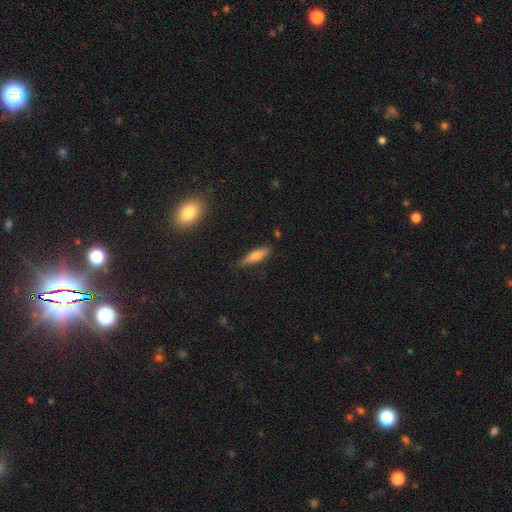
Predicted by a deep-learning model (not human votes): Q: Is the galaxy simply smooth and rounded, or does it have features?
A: smooth — 55%.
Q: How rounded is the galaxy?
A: cigar-shaped — 70%.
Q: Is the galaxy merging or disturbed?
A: none — 79%.